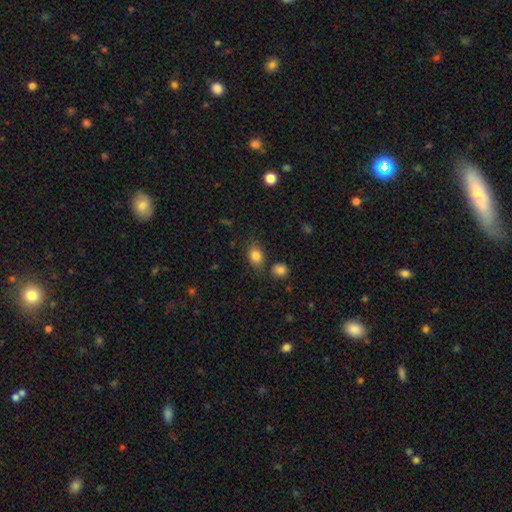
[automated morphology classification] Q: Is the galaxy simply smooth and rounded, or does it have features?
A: smooth — 83%.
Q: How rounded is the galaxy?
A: in between — 63%.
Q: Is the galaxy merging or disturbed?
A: none — 72%.